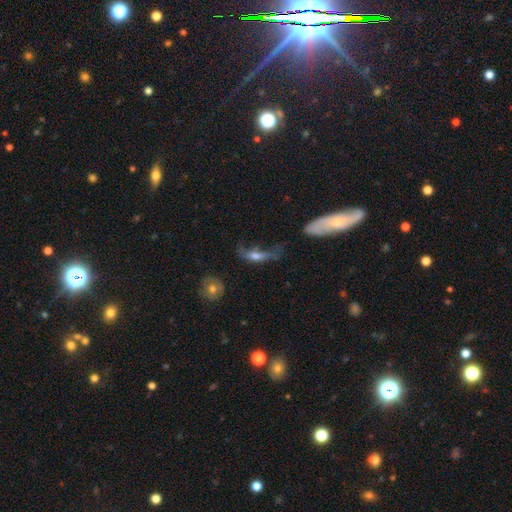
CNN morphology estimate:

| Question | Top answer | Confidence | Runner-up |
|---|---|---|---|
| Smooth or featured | smooth | 50% | featured or disk (39%) |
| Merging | major disturbance | 41% | none (27%) |